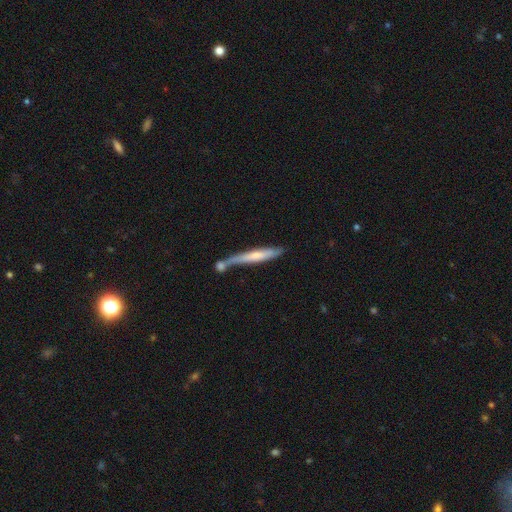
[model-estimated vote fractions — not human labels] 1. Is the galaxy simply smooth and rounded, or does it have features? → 54% smooth, 41% featured or disk, 6% star or artifact.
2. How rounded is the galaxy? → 92% cigar-shaped, 6% in between, 1% round.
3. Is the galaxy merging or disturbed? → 42% none, 36% merger, 15% minor disturbance, 6% major disturbance.